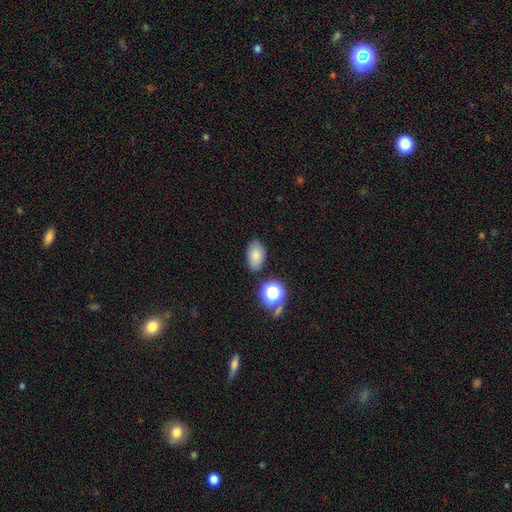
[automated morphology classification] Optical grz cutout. It shows a smooth galaxy with no disk features (80%) that is in between round and cigar-shaped (88%). Merging: none (79%).